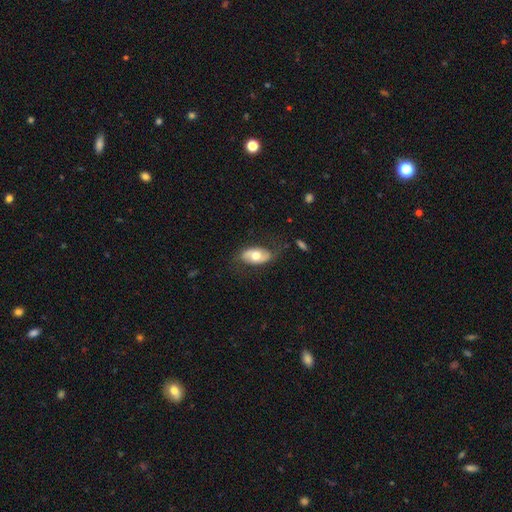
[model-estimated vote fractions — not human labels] This appears to be a smooth galaxy with no disk features (50%) that is in between round and cigar-shaped (92%). Merging: none (71%).